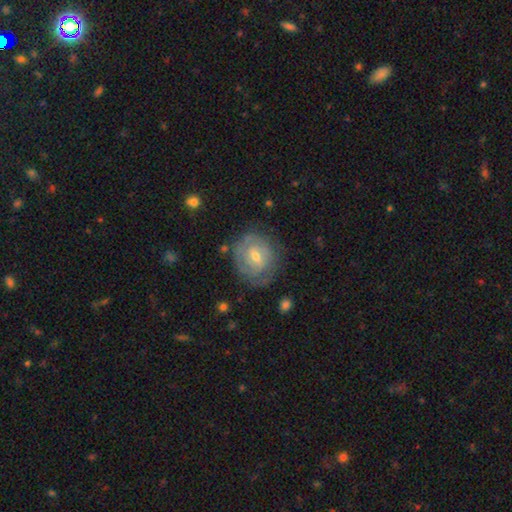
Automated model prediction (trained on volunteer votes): Morphology: type=featured or disk (64%); edge-on=no (97%); bar=weak (46%); spiral arms=yes (75%); bulge=moderate (48%, tied with small); merging=none (70%).